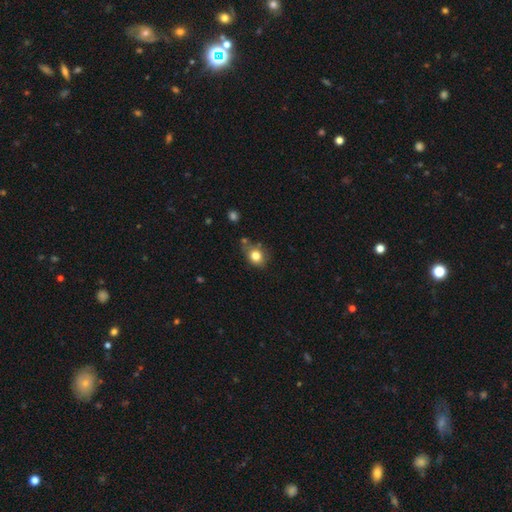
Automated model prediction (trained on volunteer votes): smooth 80%, star or artifact 11%, featured or disk 9%. Down the decision tree: how rounded — round (62%); merging — none (62%).